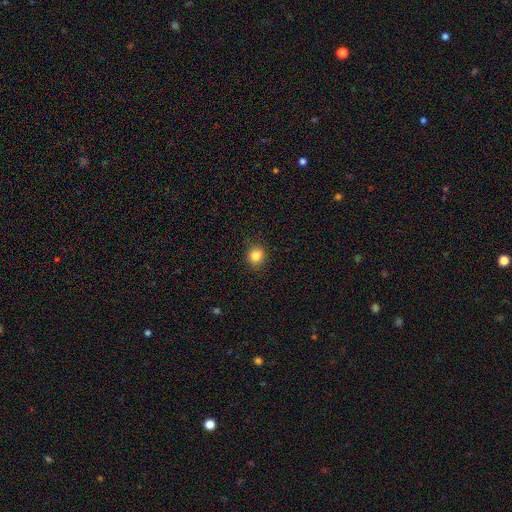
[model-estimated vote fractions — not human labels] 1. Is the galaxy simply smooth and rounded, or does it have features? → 84% smooth, 11% star or artifact, 5% featured or disk.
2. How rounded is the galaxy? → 84% round, 15% in between, 1% cigar-shaped.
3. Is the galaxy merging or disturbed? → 88% none, 8% minor disturbance, 2% major disturbance, 1% merger.